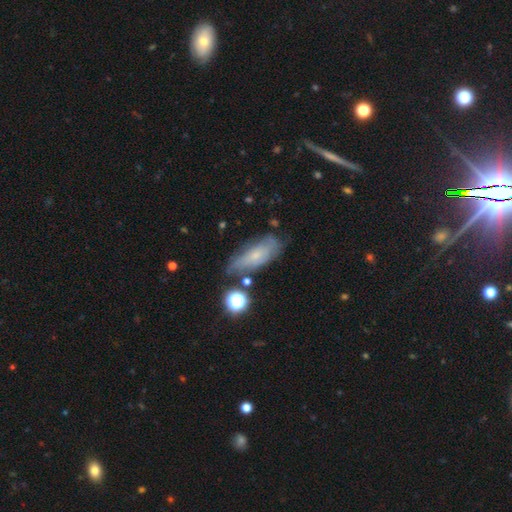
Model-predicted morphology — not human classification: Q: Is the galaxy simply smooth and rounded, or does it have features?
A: smooth — 53%.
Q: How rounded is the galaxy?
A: in between — 72%.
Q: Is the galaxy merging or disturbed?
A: none — 59%.